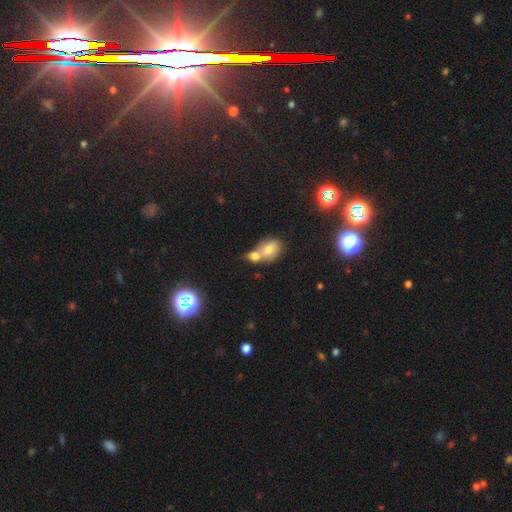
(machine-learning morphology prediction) This is likely a smooth galaxy (70%). How rounded: possibly round (50%). Merging: likely merger (61%).